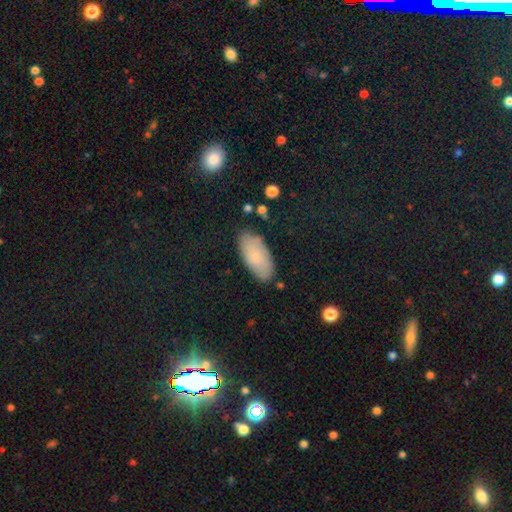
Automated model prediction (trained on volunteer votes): A smooth galaxy with no disk features (79%) that is in between round and cigar-shaped (91%). Merging: none (81%).